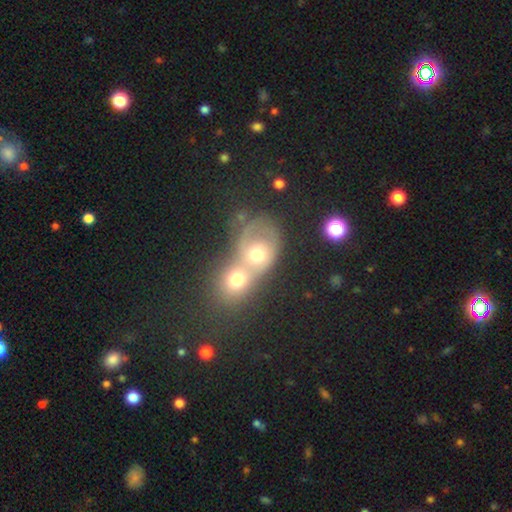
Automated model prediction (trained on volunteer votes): Smooth or featured? smooth (53%)
How rounded? round (62%)
Merging? merger (72%)